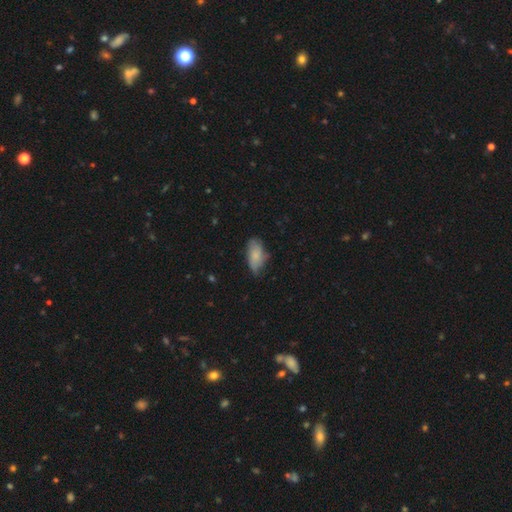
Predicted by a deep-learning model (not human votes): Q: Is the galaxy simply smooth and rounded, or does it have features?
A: smooth — 77%.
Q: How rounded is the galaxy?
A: in between — 91%.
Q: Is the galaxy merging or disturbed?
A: none — 56%.